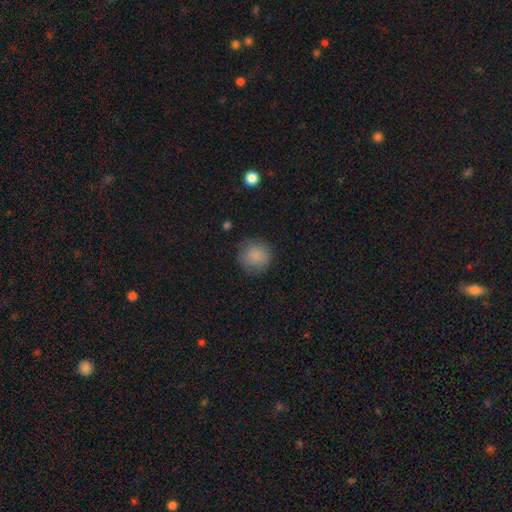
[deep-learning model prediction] smooth 87%, star or artifact 8%, featured or disk 5%. Down the decision tree: how rounded — round (93%); merging — none (83%).